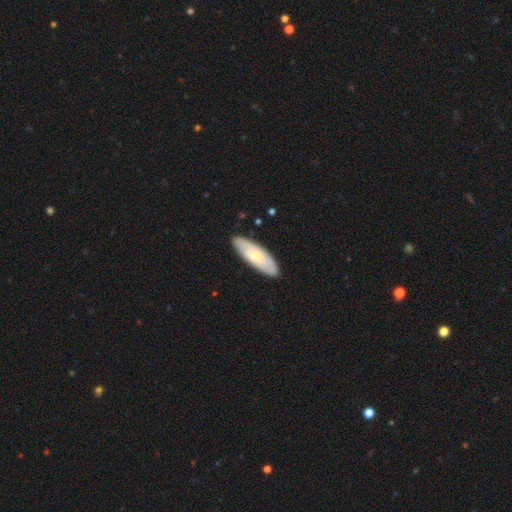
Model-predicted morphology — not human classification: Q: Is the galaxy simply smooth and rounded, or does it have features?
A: smooth — 57%.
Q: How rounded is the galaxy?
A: in between — 59%.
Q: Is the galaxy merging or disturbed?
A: none — 85%.